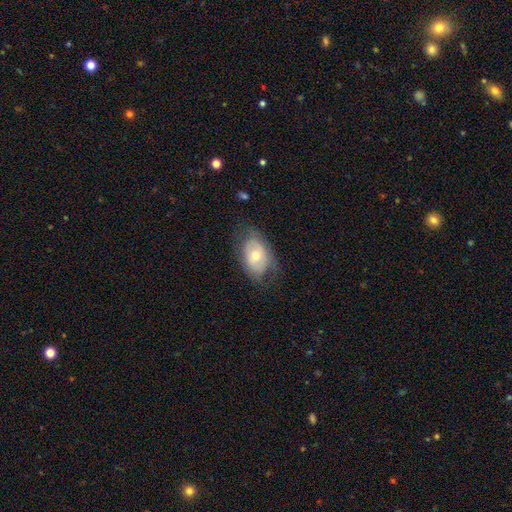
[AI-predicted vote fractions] Overall: smooth (56%; featured or disk 36%). How rounded: in between (84%). Merging: none (65%).